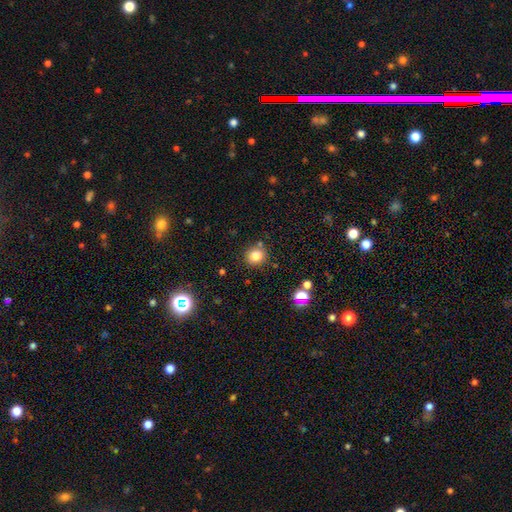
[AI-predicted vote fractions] A smooth galaxy with no disk features (81%) that is round (83%).

Vote fractions:
- Smooth or featured? smooth: 81% / star or artifact: 13% / featured or disk: 6%
- How rounded? round: 83% / in between: 17% / cigar-shaped: 1%
- Merging? none: 82% / minor disturbance: 10% / merger: 5% / major disturbance: 3%